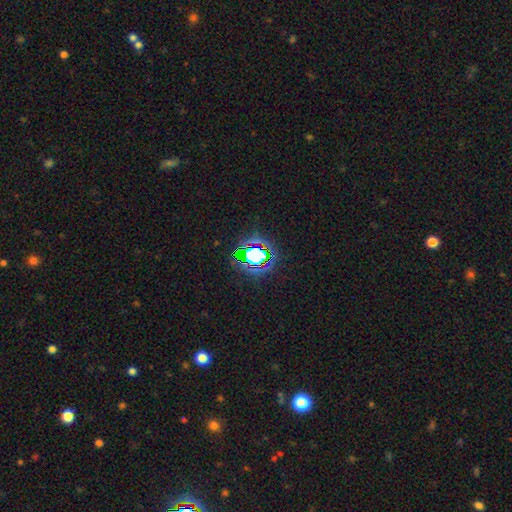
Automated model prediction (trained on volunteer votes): Q: Smooth or featured?
A: star or artifact (61%); runner-up: smooth (24%)